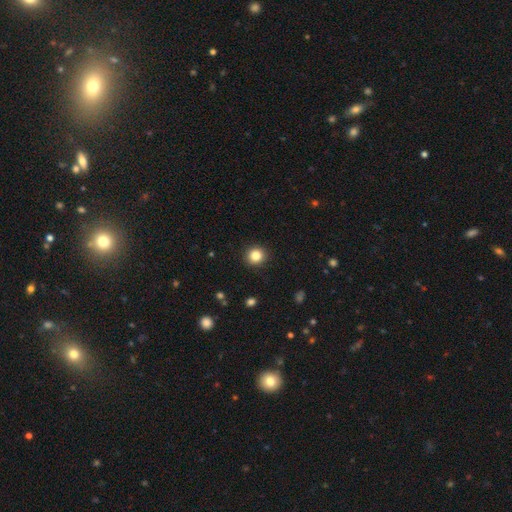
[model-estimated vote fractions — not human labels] A smooth galaxy with no disk features (84%) that is round (91%).

Vote fractions:
- Smooth or featured? smooth: 84% / star or artifact: 11% / featured or disk: 5%
- How rounded? round: 91% / in between: 8% / cigar-shaped: 1%
- Merging? none: 92% / minor disturbance: 5% / major disturbance: 2% / merger: 1%